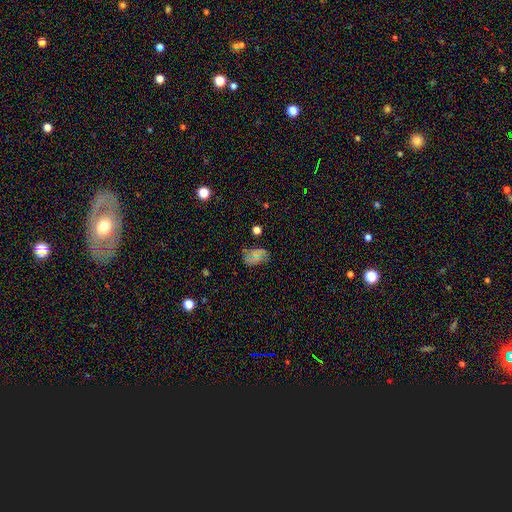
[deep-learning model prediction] smooth-or-featured: smooth: 61% | star or artifact: 22% | featured or disk: 17%
  how-rounded: in between: 82% | round: 16% | cigar-shaped: 2%
  merging: none: 74% | minor disturbance: 18% | major disturbance: 5% | merger: 3%